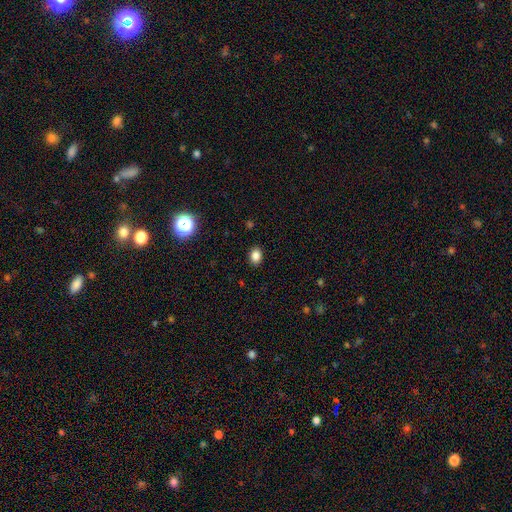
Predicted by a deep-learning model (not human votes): A smooth galaxy with no disk features (84%) that is in between round and cigar-shaped (63%).

Vote fractions:
- Smooth or featured? smooth: 84% / star or artifact: 12% / featured or disk: 4%
- How rounded? in between: 63% / round: 36% / cigar-shaped: 1%
- Merging? none: 89% / minor disturbance: 8% / major disturbance: 2% / merger: 1%